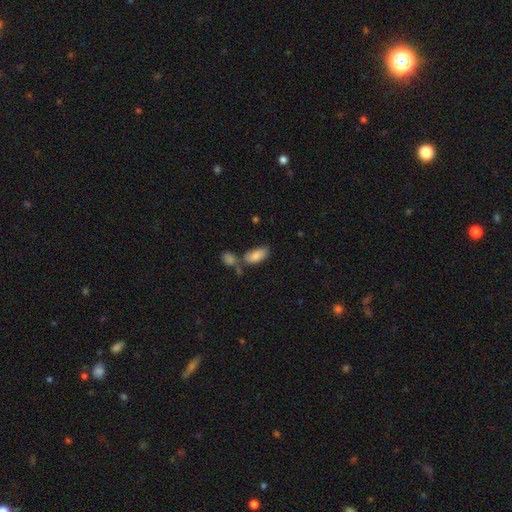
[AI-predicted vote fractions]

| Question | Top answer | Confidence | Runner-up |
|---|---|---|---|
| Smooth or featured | smooth | 85% | featured or disk (9%) |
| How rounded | in between | 93% | cigar-shaped (5%) |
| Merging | none | 54% | merger (26%) |